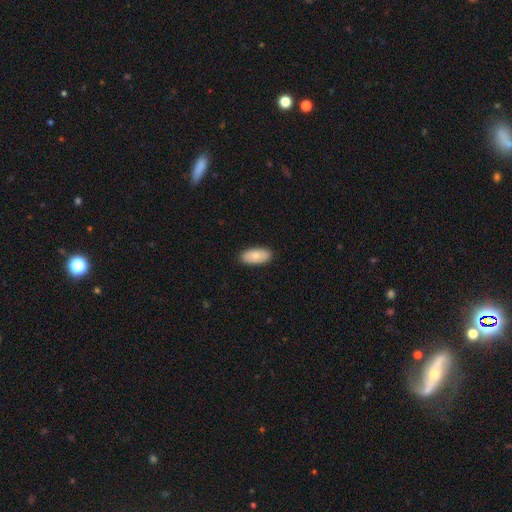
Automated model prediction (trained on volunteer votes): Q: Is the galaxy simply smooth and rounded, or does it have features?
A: smooth — 77%.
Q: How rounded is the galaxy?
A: in between — 94%.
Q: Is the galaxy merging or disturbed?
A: none — 88%.